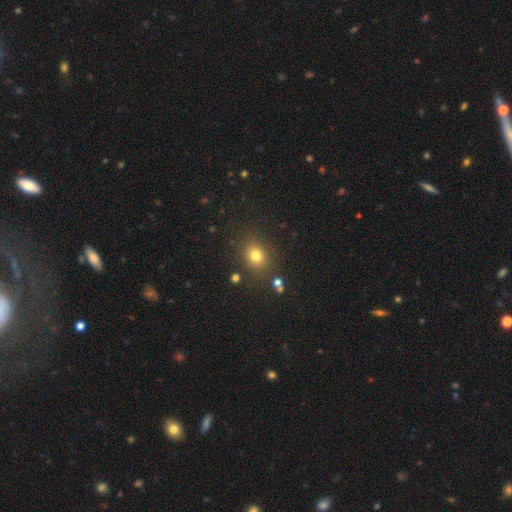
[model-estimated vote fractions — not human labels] Smooth or featured? smooth (77%)
How rounded? round (67%)
Merging? none (82%)